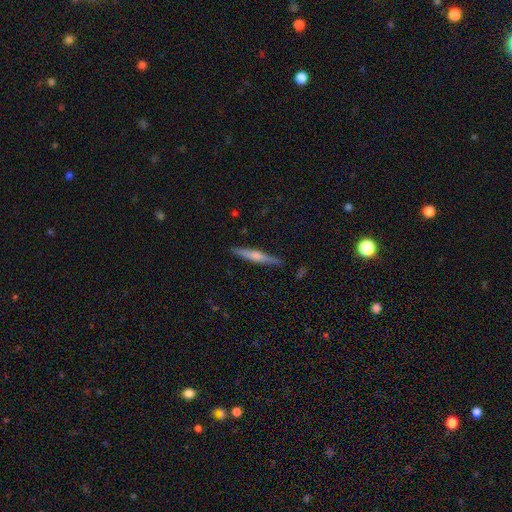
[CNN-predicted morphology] type=featured or disk (65%); edge-on=yes (97%); edge-on bulge=rounded (75%); merging=none (90%).